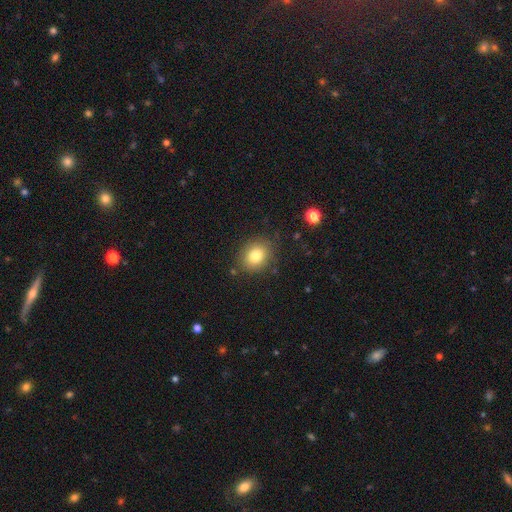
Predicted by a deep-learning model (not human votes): Smooth or featured?
  - smooth: 80% *
  - star or artifact: 11%
  - featured or disk: 9%
How rounded?
  - round: 62% *
  - in between: 37%
  - cigar-shaped: 1%
Merging?
  - none: 84% *
  - minor disturbance: 11%
  - major disturbance: 3%
  - merger: 2%